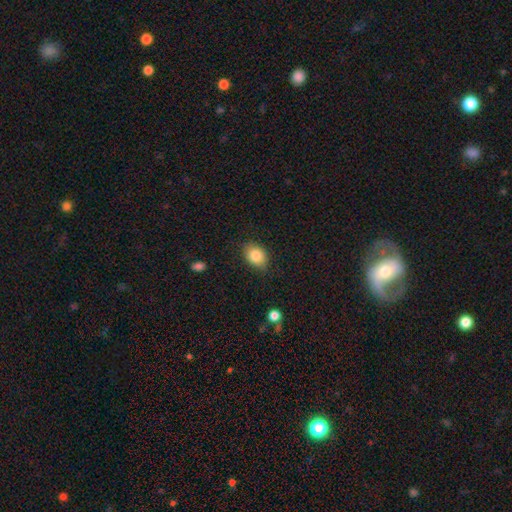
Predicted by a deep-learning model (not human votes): Smooth or featured?
  - smooth: 84% *
  - star or artifact: 8%
  - featured or disk: 8%
How rounded?
  - in between: 74% *
  - round: 25%
  - cigar-shaped: 1%
Merging?
  - none: 83% *
  - minor disturbance: 13%
  - major disturbance: 3%
  - merger: 1%